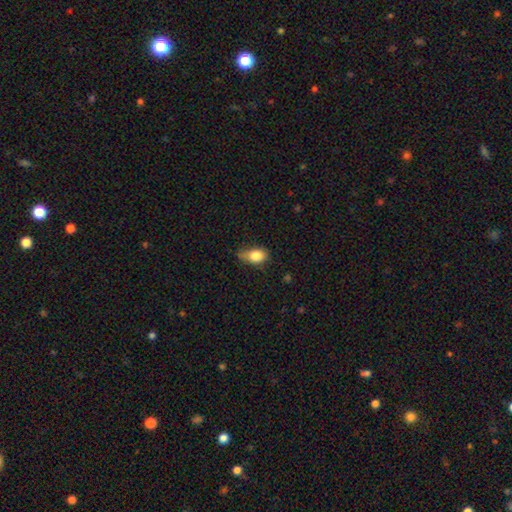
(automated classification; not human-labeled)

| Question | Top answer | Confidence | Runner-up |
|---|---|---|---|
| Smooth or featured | smooth | 81% | featured or disk (10%) |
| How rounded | in between | 81% | round (16%) |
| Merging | none | 44% | minor disturbance (42%) |